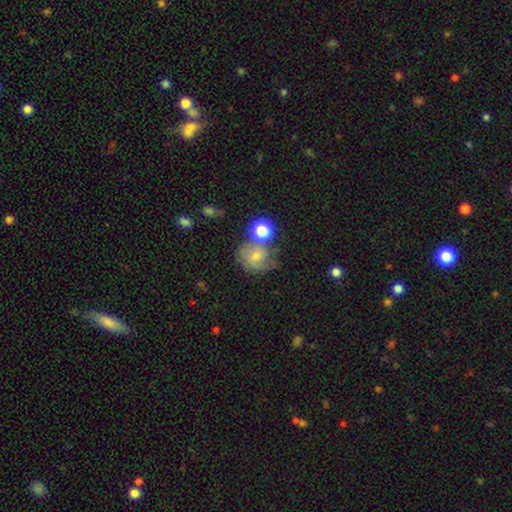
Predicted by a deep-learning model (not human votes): smooth 54%, featured or disk 33%, star or artifact 13%. Down the decision tree: how rounded — round (76%); merging — none (47%).